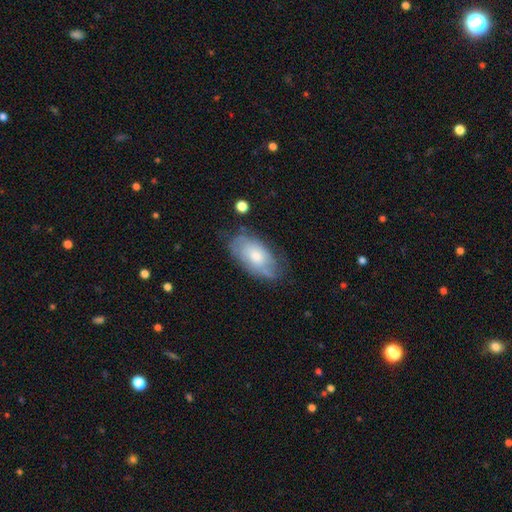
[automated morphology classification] The model was most divided on "smooth or featured": featured or disk: 47%, smooth: 46%, star or artifact: 7%. More confident: merging — none (63%).